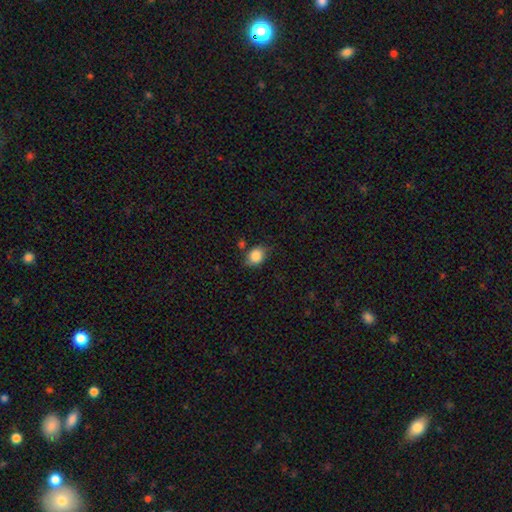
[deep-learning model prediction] A smooth galaxy with no disk features (85%) that is in between round and cigar-shaped (54%).

Vote fractions:
- Smooth or featured? smooth: 85% / star or artifact: 9% / featured or disk: 6%
- How rounded? in between: 54% / round: 45% / cigar-shaped: 1%
- Merging? none: 69% / minor disturbance: 21% / major disturbance: 5% / merger: 5%